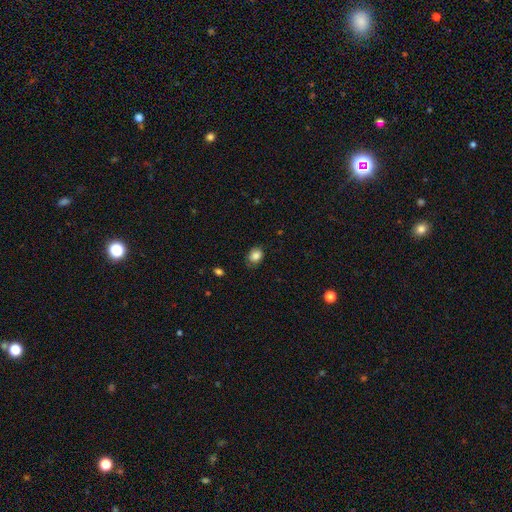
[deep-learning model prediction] smooth 85%, star or artifact 9%, featured or disk 5%. Down the decision tree: how rounded — in between (52%); merging — none (77%).